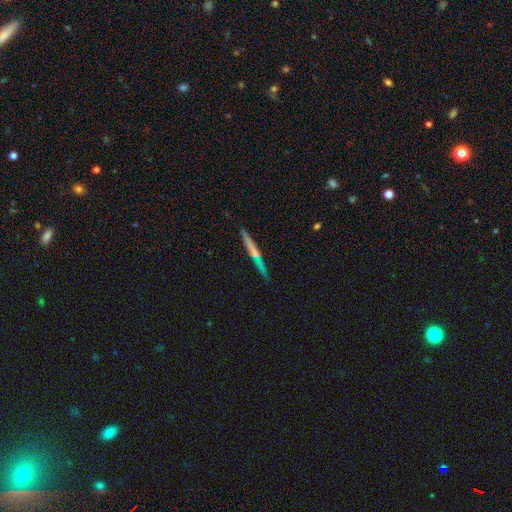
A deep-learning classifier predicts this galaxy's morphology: Smooth or featured? featured or disk (62%)
Edge-on disk? yes (97%)
Edge-on bulge? rounded (47%)
Merging? none (89%)